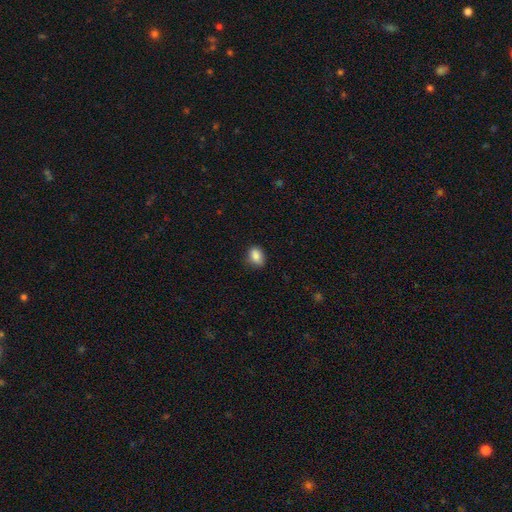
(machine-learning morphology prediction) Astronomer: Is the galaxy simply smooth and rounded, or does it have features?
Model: smooth — 85%.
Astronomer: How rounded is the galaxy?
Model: in between — 68%.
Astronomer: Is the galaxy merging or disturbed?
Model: none — 78%.